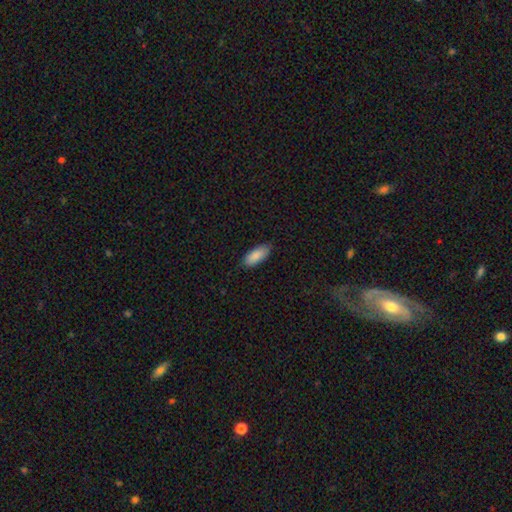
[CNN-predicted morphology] Overall: smooth (89%). How rounded: in between (85%). Merging: none (84%).